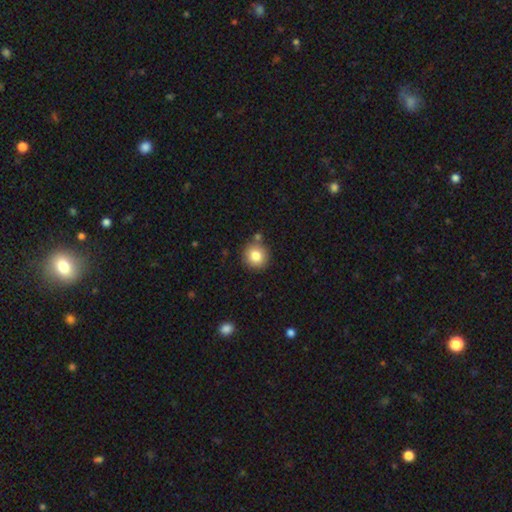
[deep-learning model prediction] A smooth galaxy with no disk features (83%) that is round (91%).

Vote fractions:
- Smooth or featured? smooth: 83% / star or artifact: 10% / featured or disk: 8%
- How rounded? round: 91% / in between: 8% / cigar-shaped: 1%
- Merging? none: 82% / minor disturbance: 9% / merger: 7% / major disturbance: 2%